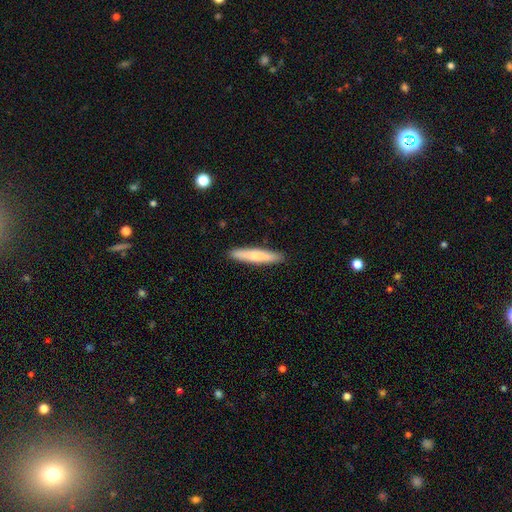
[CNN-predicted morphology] Smooth or featured: smooth — 71% (featured or disk — 24%)
How rounded: cigar-shaped — 91% (in between — 8%)
Merging: none — 91% (minor disturbance — 7%)